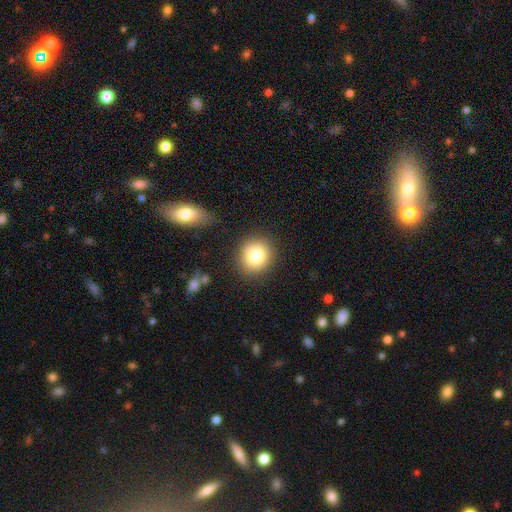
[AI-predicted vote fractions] Overall: smooth (81%). How rounded: round (84%). Merging: none (85%).